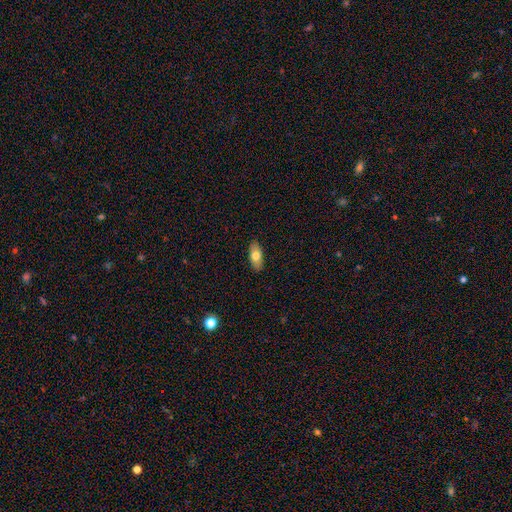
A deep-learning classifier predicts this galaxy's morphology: This is likely a smooth galaxy (74%). How rounded: clearly in between (82%). Merging: clearly none (90%).